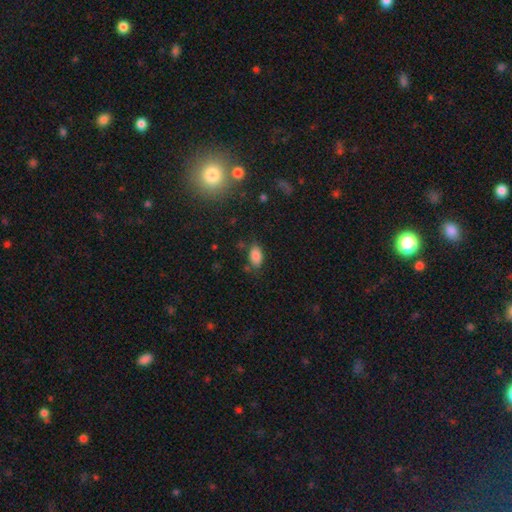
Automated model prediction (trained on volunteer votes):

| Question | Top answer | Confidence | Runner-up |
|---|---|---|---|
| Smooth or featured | smooth | 85% | star or artifact (10%) |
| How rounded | in between | 93% | round (5%) |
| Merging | none | 74% | minor disturbance (18%) |